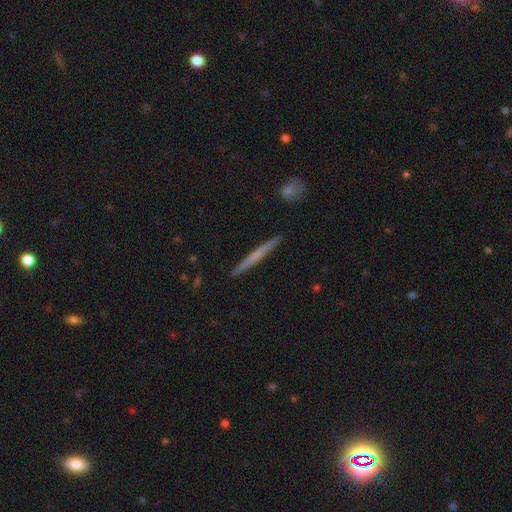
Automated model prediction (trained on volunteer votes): A smooth galaxy with no disk features (48%).

Vote fractions:
- Smooth or featured? smooth: 48% / featured or disk: 46% / star or artifact: 6%
- Merging? none: 92% / minor disturbance: 6% / major disturbance: 1% / merger: 1%